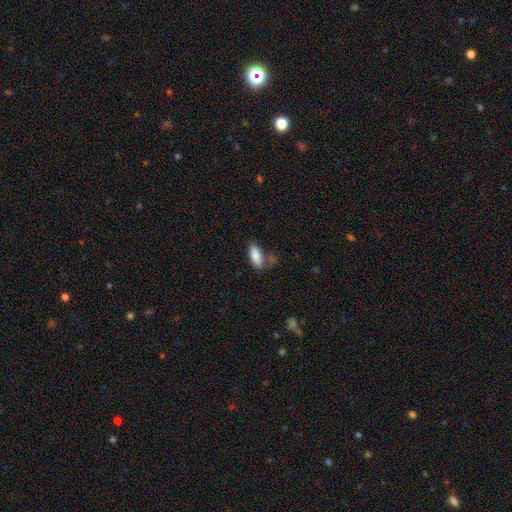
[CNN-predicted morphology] This is clearly a smooth galaxy (86%). How rounded: clearly in between (82%). Merging: possibly none (57%).